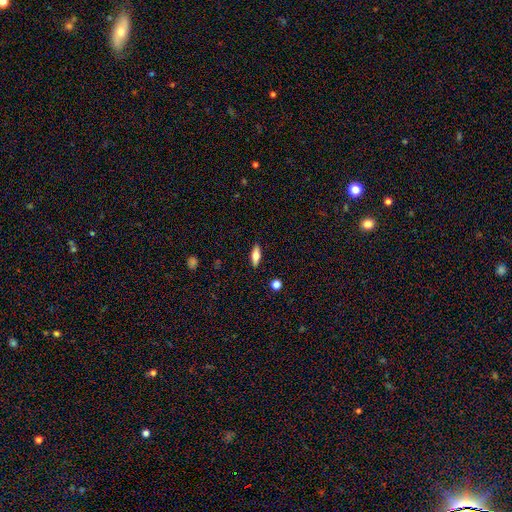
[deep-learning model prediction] Overall: smooth (59%; featured or disk 33%). How rounded: in between (60%; cigar-shaped 37%). Merging: none (89%).